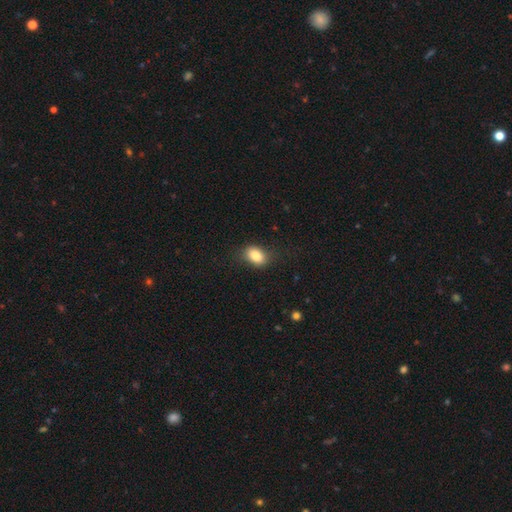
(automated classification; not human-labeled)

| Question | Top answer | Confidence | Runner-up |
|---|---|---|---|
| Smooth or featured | smooth | 83% | star or artifact (9%) |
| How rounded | in between | 75% | round (23%) |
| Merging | none | 79% | minor disturbance (15%) |